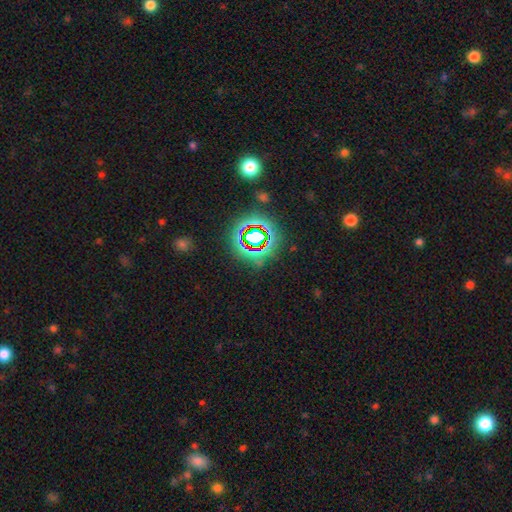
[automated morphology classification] smooth_or_featured: star or artifact (p=0.76) [alt: smooth p=0.13]